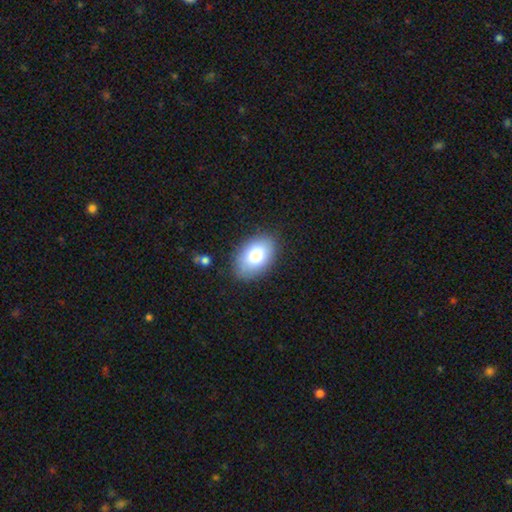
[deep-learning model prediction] This is likely a smooth galaxy (77%). How rounded: clearly in between (87%). Merging: clearly none (85%).